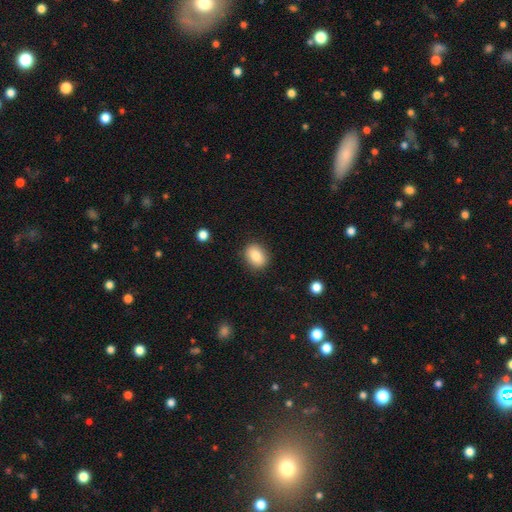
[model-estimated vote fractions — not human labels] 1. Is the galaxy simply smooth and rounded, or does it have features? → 85% smooth, 8% star or artifact, 7% featured or disk.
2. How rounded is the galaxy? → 57% in between, 42% round, 1% cigar-shaped.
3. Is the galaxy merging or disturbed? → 87% none, 9% minor disturbance, 2% major disturbance, 1% merger.